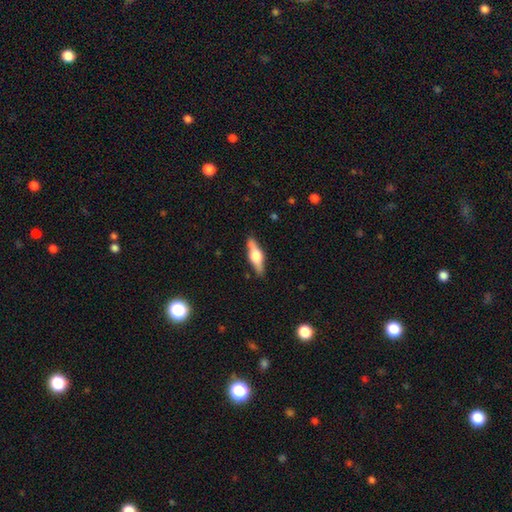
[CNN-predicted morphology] A featured or disk galaxy (62%) viewed edge-on (95%) with a rounded central bulge (92%). Merging: none (85%).